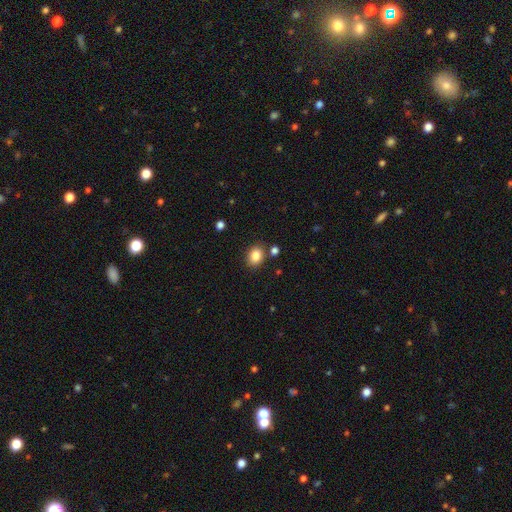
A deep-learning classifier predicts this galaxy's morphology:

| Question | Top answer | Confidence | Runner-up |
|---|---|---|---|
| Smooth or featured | smooth | 85% | star or artifact (10%) |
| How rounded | in between | 55% | round (45%) |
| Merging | none | 83% | minor disturbance (10%) |